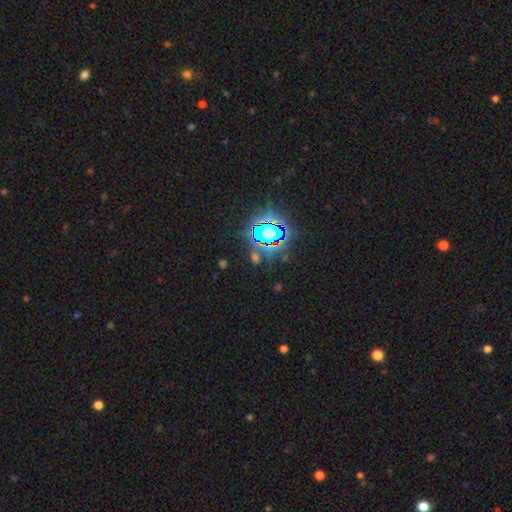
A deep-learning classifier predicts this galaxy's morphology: type=star or artifact (76%).